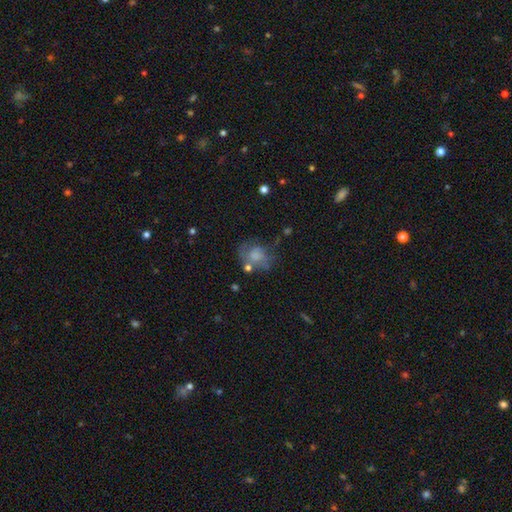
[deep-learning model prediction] This appears to be a smooth galaxy with no disk features (57%) that is round (62%). Merging: none (42%).